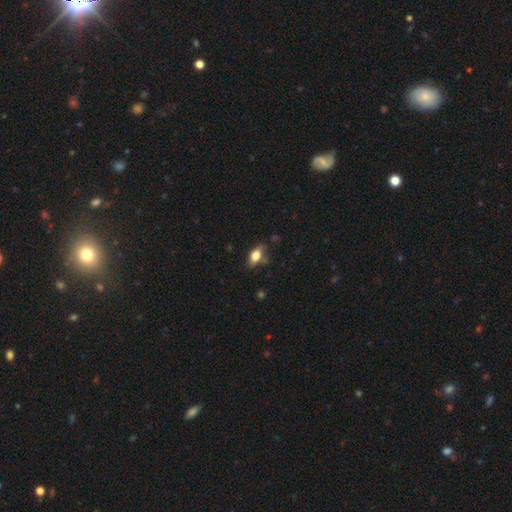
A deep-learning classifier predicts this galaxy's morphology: type=smooth (70%); roundness=in between (82%); merging=none (66%).